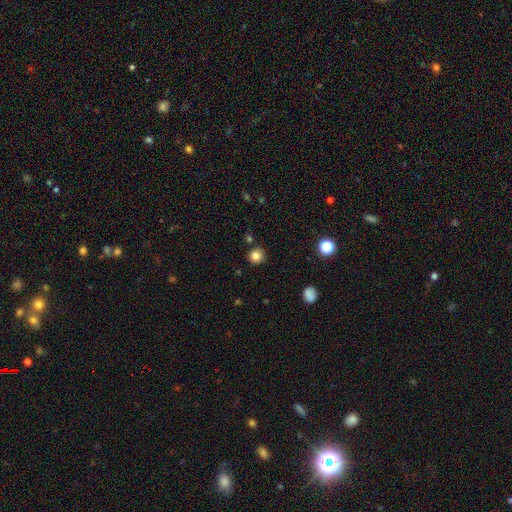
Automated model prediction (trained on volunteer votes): Smooth or featured? smooth (82%)
How rounded? round (93%)
Merging? none (87%)